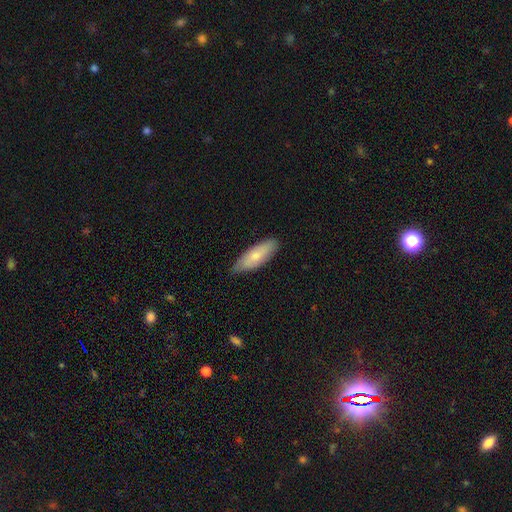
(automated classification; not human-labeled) The model was most divided on "how rounded": in between: 63%, cigar-shaped: 35%, round: 2%. More confident: merging — none (78%); smooth or featured — smooth (73%).